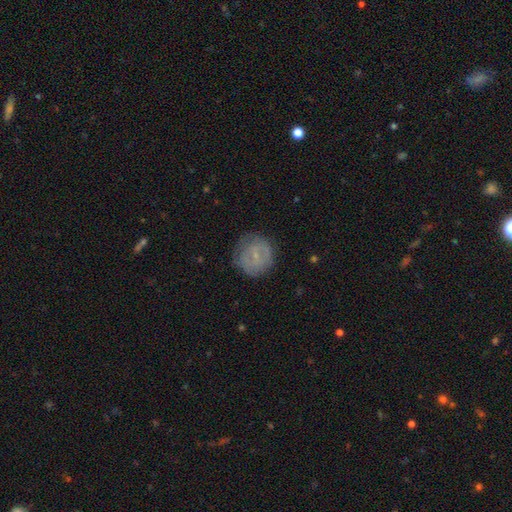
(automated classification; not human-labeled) smooth_or_featured: smooth (p=0.49) [alt: featured or disk p=0.41]
merging: none (p=0.72) [alt: minor disturbance p=0.19]